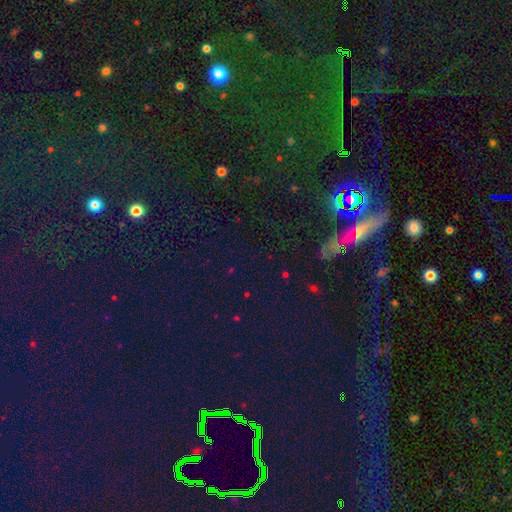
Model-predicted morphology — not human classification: Smooth or featured? star or artifact (70%)